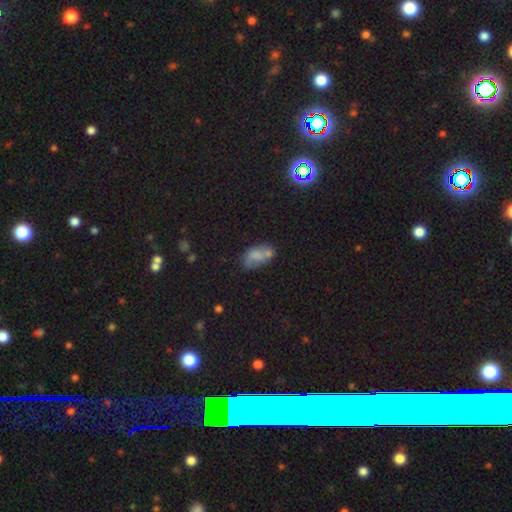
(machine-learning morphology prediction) The model was most divided on "merging": none: 37%, merger: 27%, minor disturbance: 23%, major disturbance: 13%. More confident: how rounded — in between (89%); smooth or featured — smooth (57%).